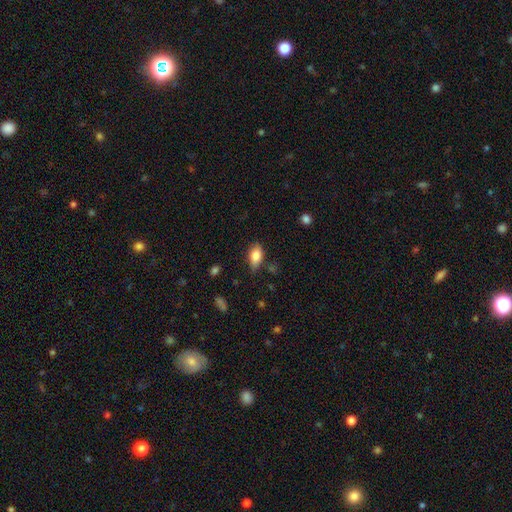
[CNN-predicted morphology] This is clearly a smooth galaxy (82%). How rounded: clearly in between (88%). Merging: likely none (67%).